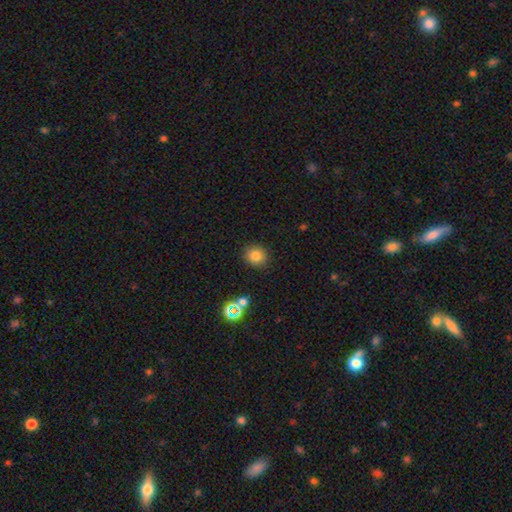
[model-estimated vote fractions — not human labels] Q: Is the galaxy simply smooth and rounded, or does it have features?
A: smooth — 79%.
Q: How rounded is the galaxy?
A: round — 82%.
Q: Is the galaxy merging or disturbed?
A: none — 88%.